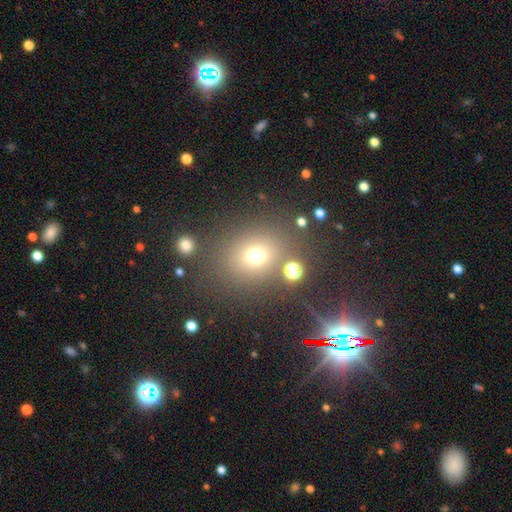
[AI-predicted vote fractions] Overall: smooth (69%). How rounded: round (65%; in between 34%). Merging: none (77%).